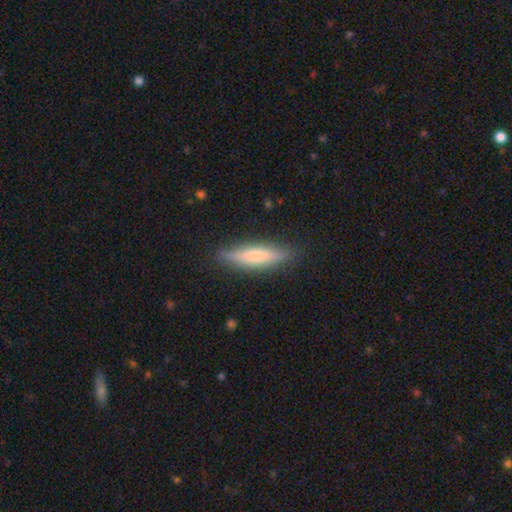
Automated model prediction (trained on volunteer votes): Q: Smooth or featured?
A: smooth (61%); runner-up: featured or disk (32%)
Q: How rounded?
A: cigar-shaped (80%); runner-up: in between (19%)
Q: Merging?
A: none (85%); runner-up: minor disturbance (11%)